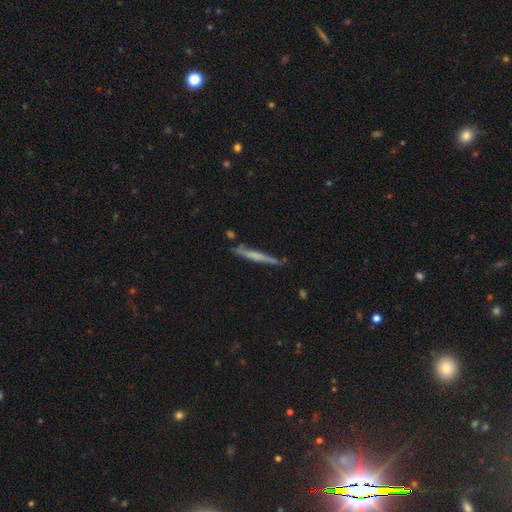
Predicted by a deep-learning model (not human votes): smooth 50%, featured or disk 44%, star or artifact 6%. Down the decision tree: how rounded — cigar-shaped (96%); merging — none (78%).